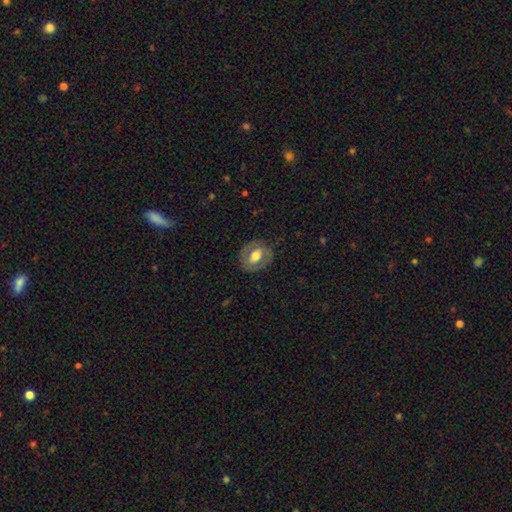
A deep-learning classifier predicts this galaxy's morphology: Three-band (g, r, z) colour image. It shows a smooth galaxy with no disk features (51%) that is round (49%, tied with in between). Merging: none (82%).